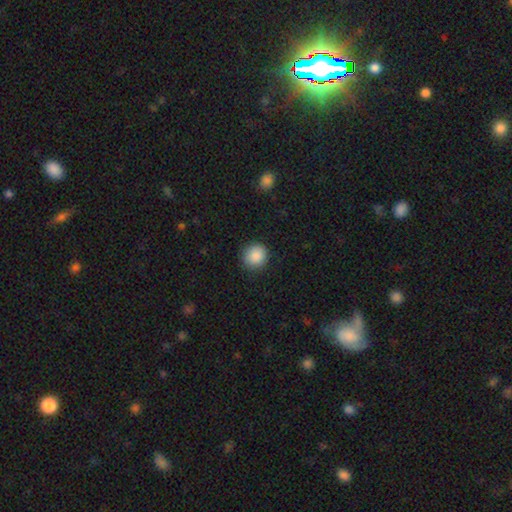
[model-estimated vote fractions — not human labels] Morphology: type=smooth (89%); roundness=round (88%); merging=none (89%).